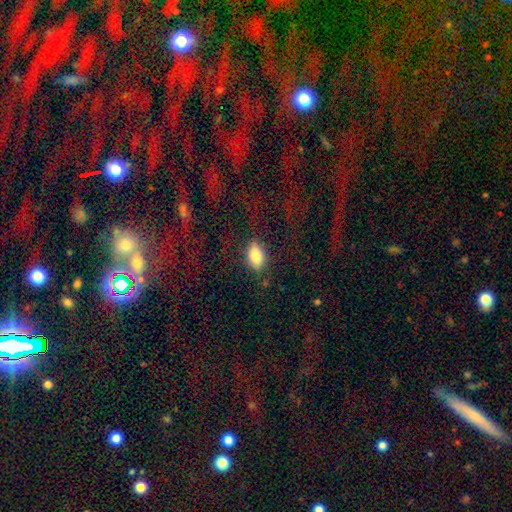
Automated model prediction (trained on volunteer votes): The model was most divided on "merging": none: 75%, minor disturbance: 15%, major disturbance: 8%, merger: 2%. More confident: how rounded — in between (91%); smooth or featured — smooth (83%).